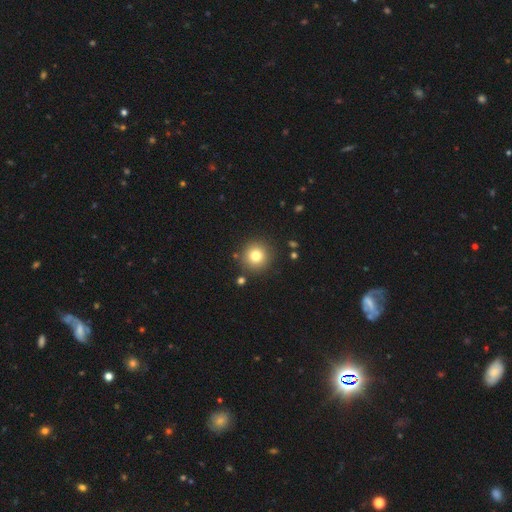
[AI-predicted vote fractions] A smooth galaxy with no disk features (78%) that is round (95%).

Vote fractions:
- Smooth or featured? smooth: 78% / star or artifact: 13% / featured or disk: 9%
- How rounded? round: 95% / in between: 4% / cigar-shaped: 1%
- Merging? none: 88% / minor disturbance: 6% / merger: 3% / major disturbance: 2%